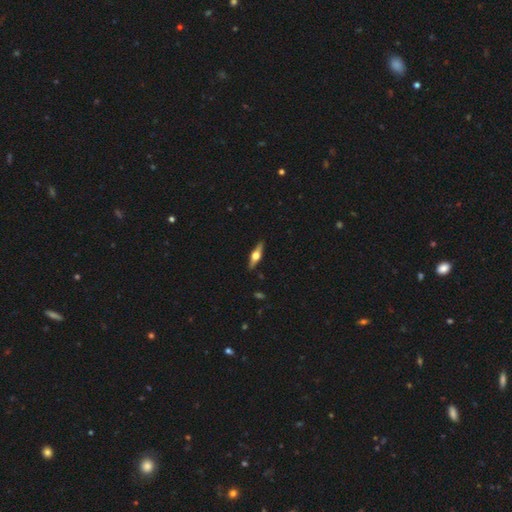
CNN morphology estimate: The model was most divided on "smooth or featured": featured or disk: 69%, smooth: 26%, star or artifact: 5%. More confident: edge-on disk — yes (96%); edge-on bulge — rounded (95%); merging — none (90%).